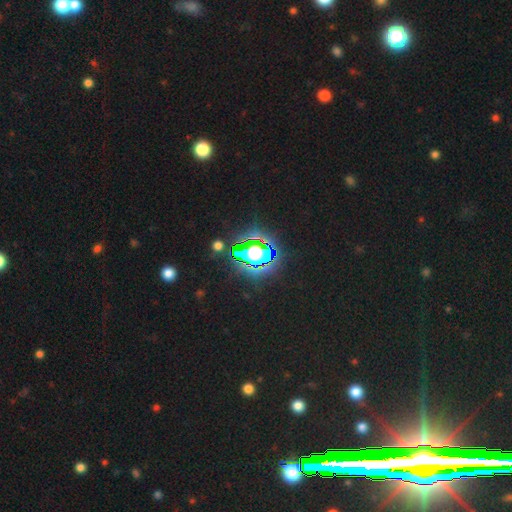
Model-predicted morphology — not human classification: Q: Smooth or featured?
A: star or artifact (62%); runner-up: smooth (21%)